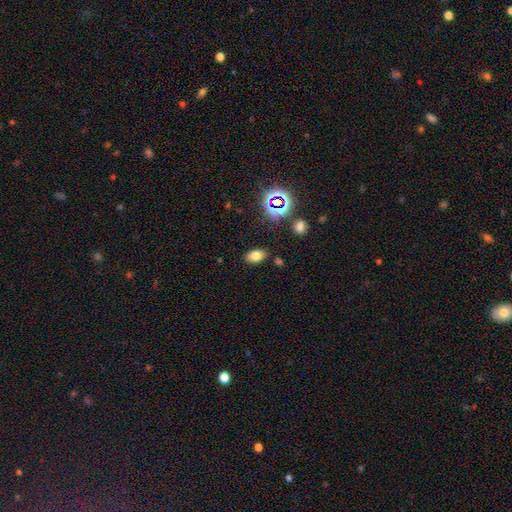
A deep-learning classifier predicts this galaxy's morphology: This appears to be a smooth galaxy with no disk features (72%) that is in between round and cigar-shaped (87%). Merging: none (84%).